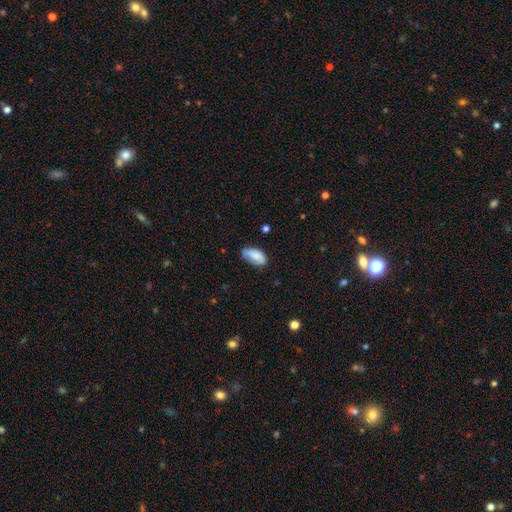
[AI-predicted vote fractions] Overall: smooth (80%). How rounded: in between (93%). Merging: none (61%; minor disturbance 31%).